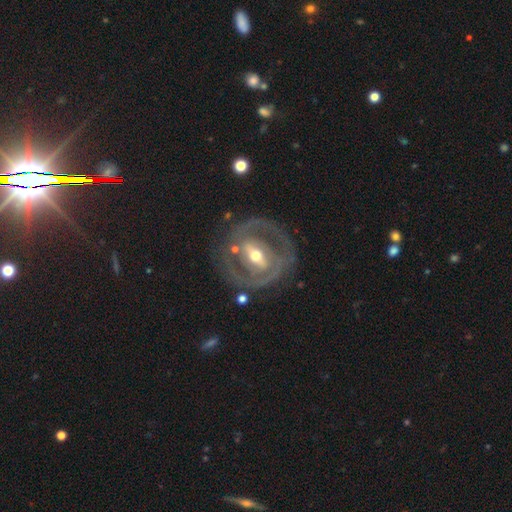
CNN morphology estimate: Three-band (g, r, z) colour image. It shows a featured or disk galaxy (83%) with a strong bar (56%), 2 (68%) tight (53%) spiral arms (67%) and a moderate central bulge (67%). Merging: none (73%).